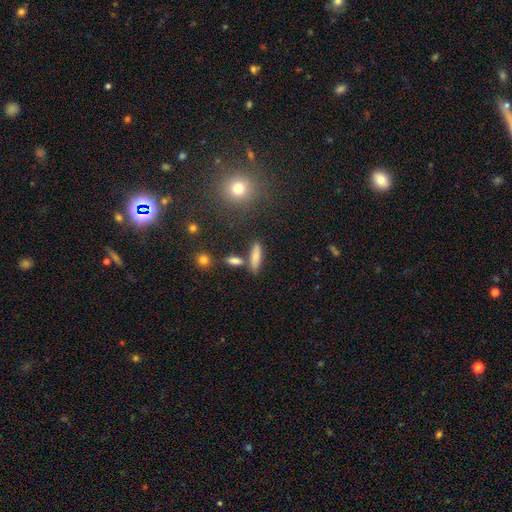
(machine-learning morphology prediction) The model was most divided on "how rounded": cigar-shaped: 62%, in between: 34%, round: 4%. More confident: smooth or featured — smooth (74%); merging — none (72%).